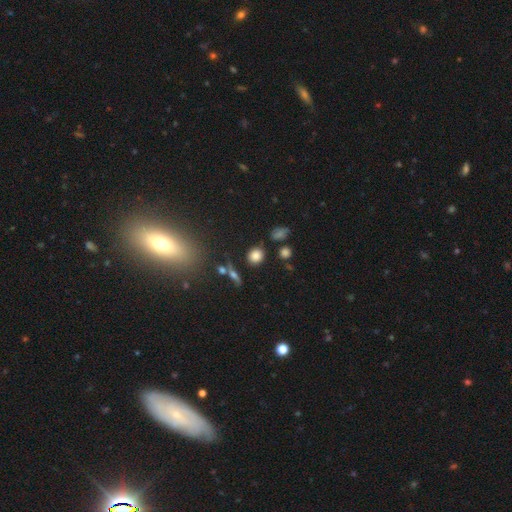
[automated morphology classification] smooth_or_featured: smooth (p=0.79) [alt: star or artifact p=0.12]
how_rounded: round (p=0.74) [alt: in between p=0.24]
merging: none (p=0.80) [alt: minor disturbance p=0.11]